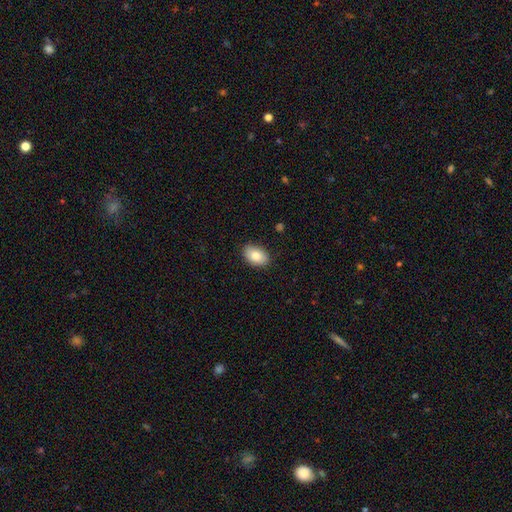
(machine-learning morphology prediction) smooth 83%, featured or disk 10%, star or artifact 7%. Down the decision tree: how rounded — in between (87%); merging — none (87%).